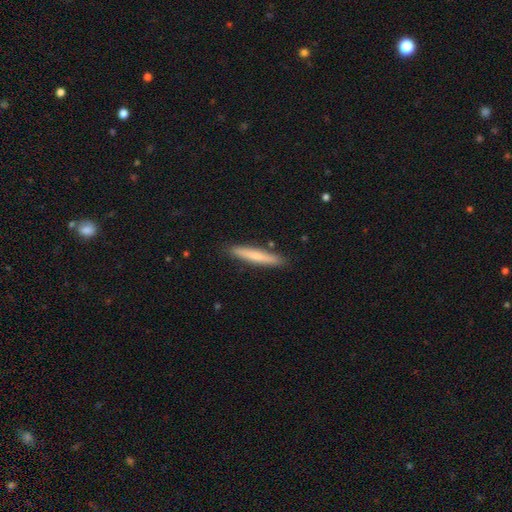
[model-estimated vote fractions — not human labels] Smooth or featured?
  - smooth: 70% *
  - featured or disk: 25%
  - star or artifact: 6%
How rounded?
  - cigar-shaped: 94% *
  - in between: 5%
  - round: 1%
Merging?
  - none: 89% *
  - minor disturbance: 8%
  - merger: 2%
  - major disturbance: 2%